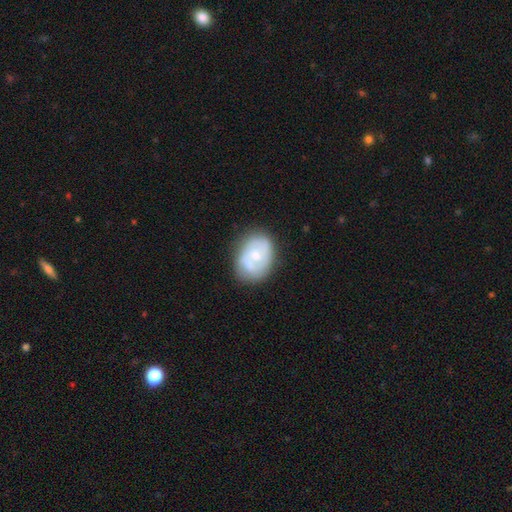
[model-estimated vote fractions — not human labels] A featured or disk galaxy (57%) with no bar (77%), spiral arms (60%) and a small central bulge (50%). Merging: none (65%).